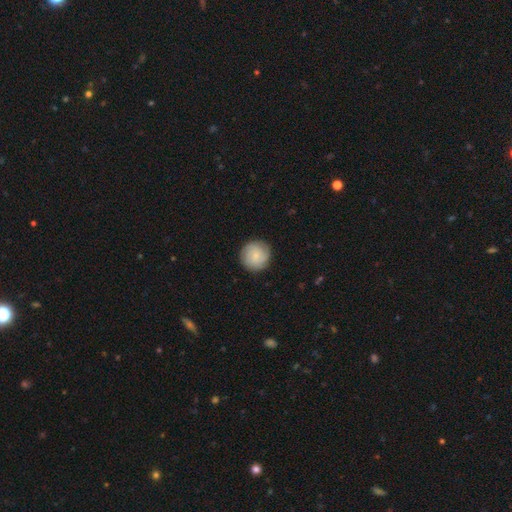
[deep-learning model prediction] Overall: smooth (71%). How rounded: round (94%). Merging: none (89%).